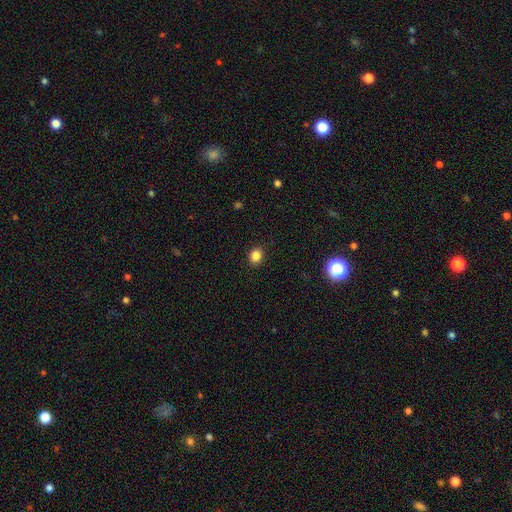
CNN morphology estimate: Q: Smooth or featured?
A: smooth (84%); runner-up: star or artifact (12%)
Q: How rounded?
A: round (71%); runner-up: in between (28%)
Q: Merging?
A: none (90%); runner-up: minor disturbance (7%)